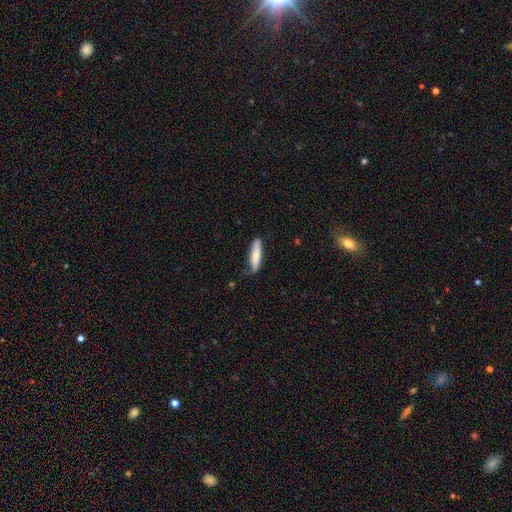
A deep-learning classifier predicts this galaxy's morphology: Smooth or featured? Predicted: smooth (p=0.76). How rounded? Predicted: cigar-shaped (p=0.72). Merging? Predicted: none (p=0.73).